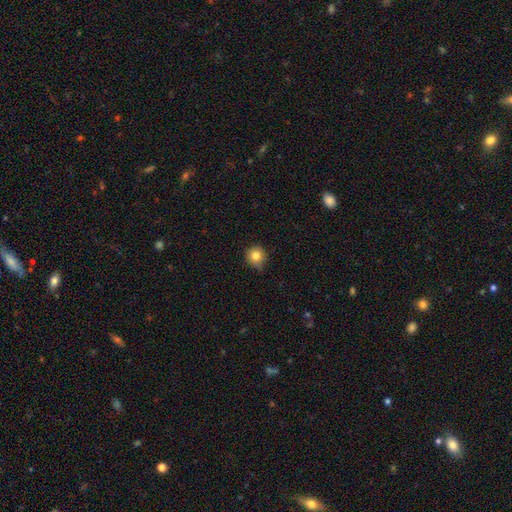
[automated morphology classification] smooth 83%, star or artifact 11%, featured or disk 7%. Down the decision tree: how rounded — round (91%); merging — none (77%).